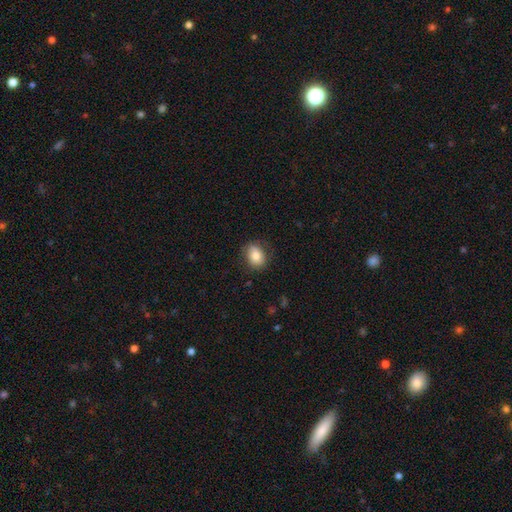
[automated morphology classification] This is clearly a smooth galaxy (81%). How rounded: likely in between (62%). Merging: likely none (75%).